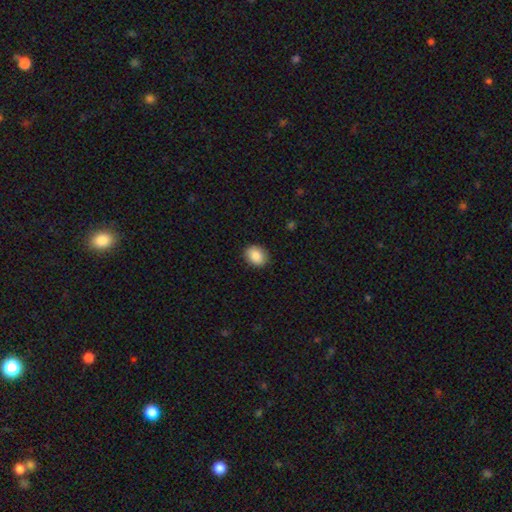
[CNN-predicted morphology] type=smooth (88%); roundness=in between (56%); merging=none (89%).